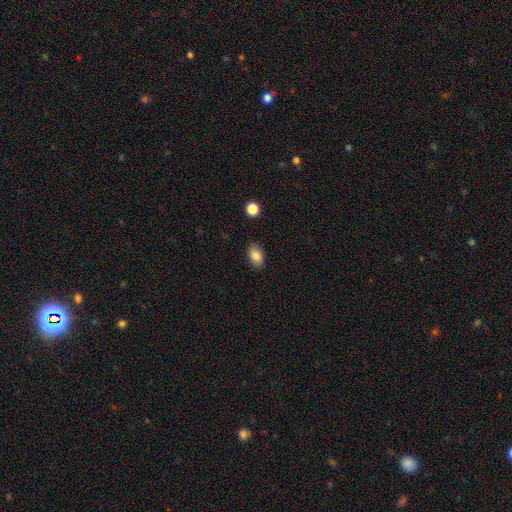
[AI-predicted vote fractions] smooth-or-featured: smooth: 85% | star or artifact: 8% | featured or disk: 7%
  how-rounded: in between: 87% | round: 11% | cigar-shaped: 2%
  merging: none: 85% | minor disturbance: 11% | major disturbance: 2% | merger: 1%